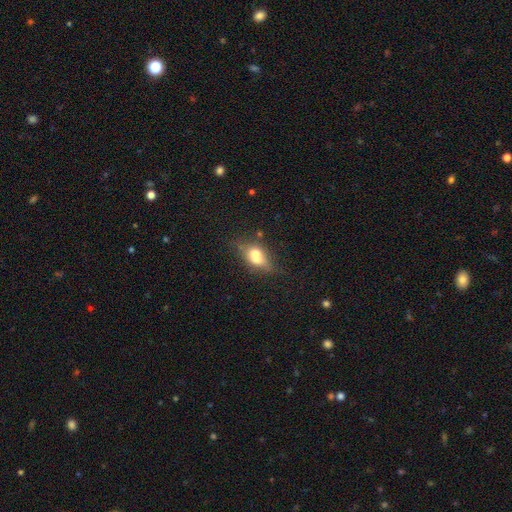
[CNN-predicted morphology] A smooth galaxy with no disk features (56%) that is in between round and cigar-shaped (67%). Merging: none (38%).